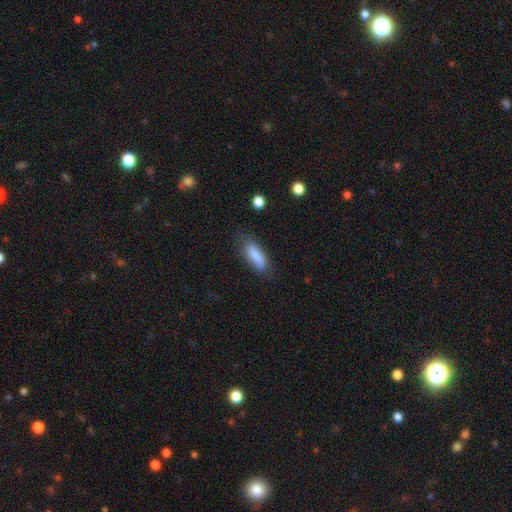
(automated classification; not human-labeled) smooth 83%, featured or disk 9%, star or artifact 7%. Down the decision tree: how rounded — in between (58%); merging — none (66%).